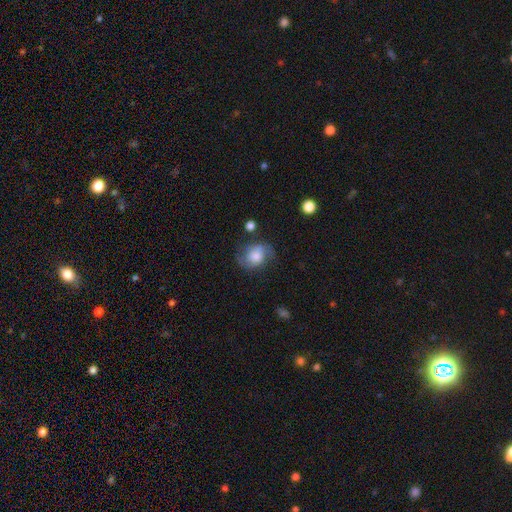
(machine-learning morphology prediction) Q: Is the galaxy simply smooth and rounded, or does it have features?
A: smooth — 50%.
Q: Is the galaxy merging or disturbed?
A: none — 58%.